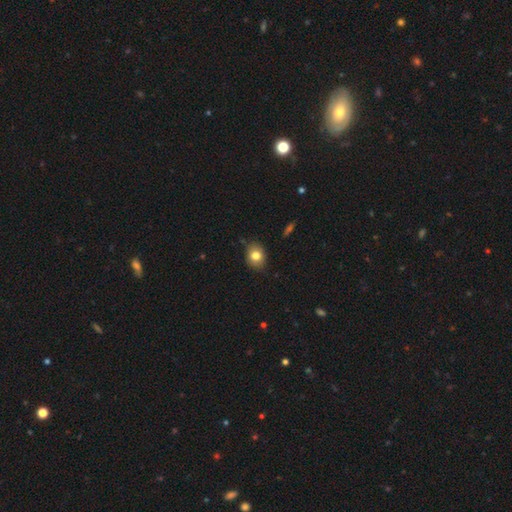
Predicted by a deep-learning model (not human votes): Smooth or featured?
  - smooth: 79% *
  - featured or disk: 11%
  - star or artifact: 10%
How rounded?
  - in between: 53% *
  - round: 46%
  - cigar-shaped: 1%
Merging?
  - none: 82% *
  - minor disturbance: 14%
  - major disturbance: 2%
  - merger: 2%